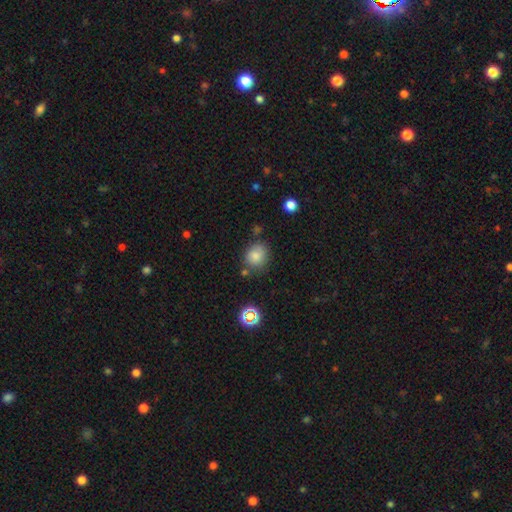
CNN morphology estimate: A smooth galaxy with no disk features (81%) that is round (69%). Merging: none (73%).